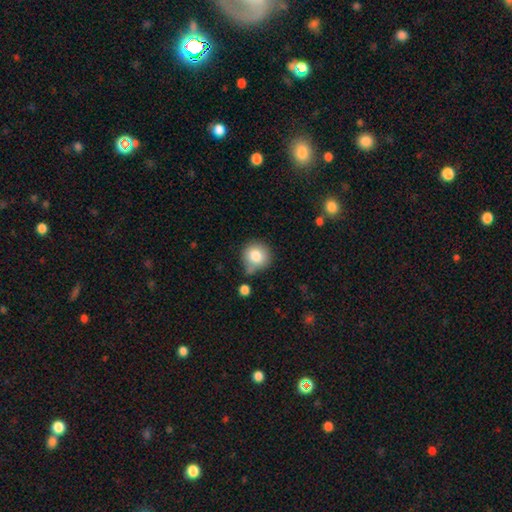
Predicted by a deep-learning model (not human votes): Q: Smooth or featured?
A: smooth (82%); runner-up: star or artifact (9%)
Q: How rounded?
A: round (91%); runner-up: in between (8%)
Q: Merging?
A: none (68%); runner-up: minor disturbance (18%)